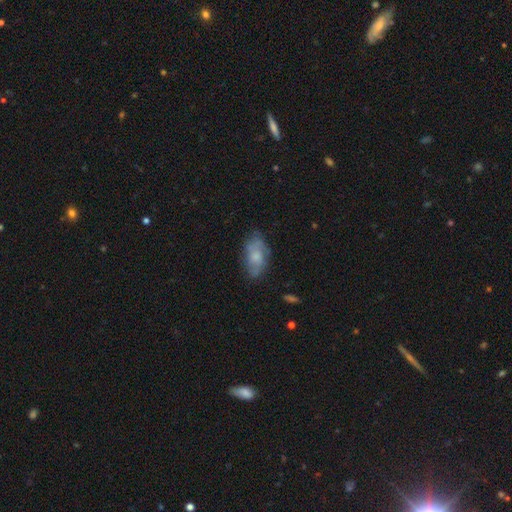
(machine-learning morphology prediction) Smooth or featured?
  - smooth: 53% *
  - featured or disk: 39%
  - star or artifact: 8%
How rounded?
  - in between: 89% *
  - cigar-shaped: 6%
  - round: 5%
Merging?
  - none: 64% *
  - minor disturbance: 25%
  - major disturbance: 9%
  - merger: 2%